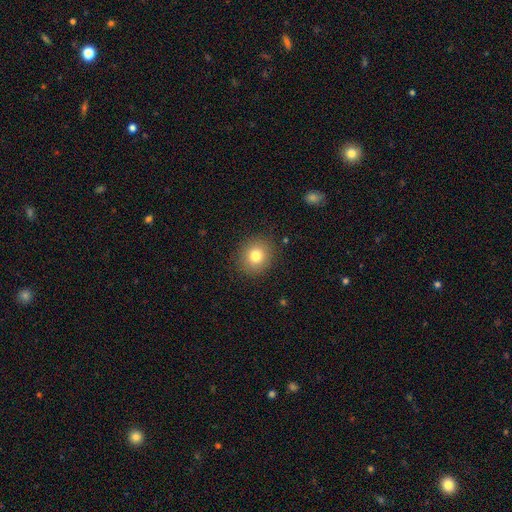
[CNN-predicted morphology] smooth-or-featured: smooth: 80% | star or artifact: 11% | featured or disk: 9%
  how-rounded: round: 82% | in between: 17% | cigar-shaped: 1%
  merging: none: 89% | minor disturbance: 8% | major disturbance: 3% | merger: 1%